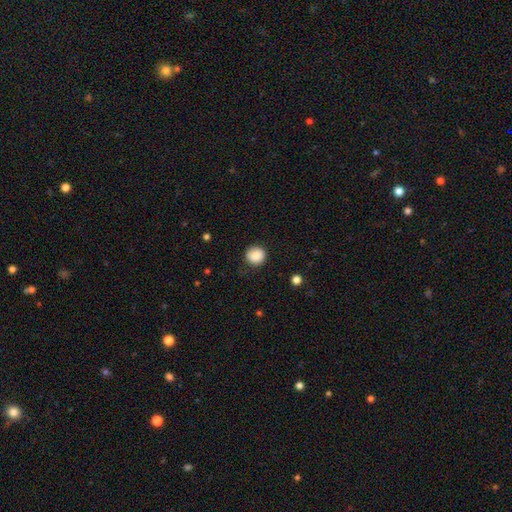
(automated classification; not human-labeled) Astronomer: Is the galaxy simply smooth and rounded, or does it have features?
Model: smooth — 88%.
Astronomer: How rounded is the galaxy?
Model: round — 91%.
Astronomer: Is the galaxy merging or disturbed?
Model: none — 86%.